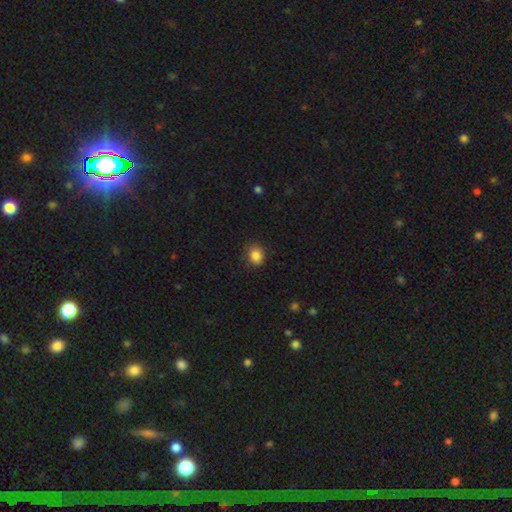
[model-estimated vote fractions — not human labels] Smooth or featured? smooth (85%)
How rounded? round (66%)
Merging? none (82%)